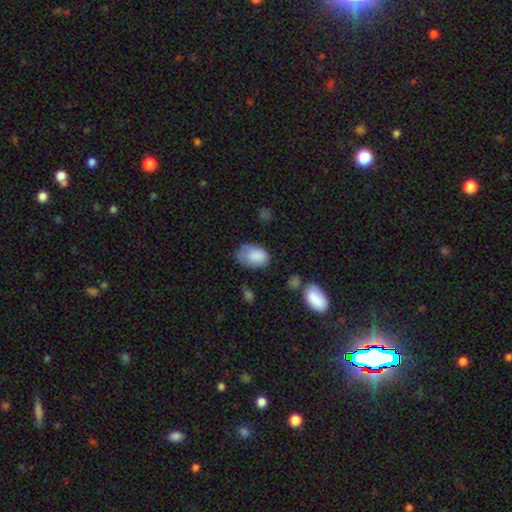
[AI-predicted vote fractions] smooth-or-featured: smooth: 82% | featured or disk: 10% | star or artifact: 8%
  how-rounded: in between: 85% | round: 14% | cigar-shaped: 1%
  merging: none: 45% | minor disturbance: 35% | major disturbance: 16% | merger: 4%